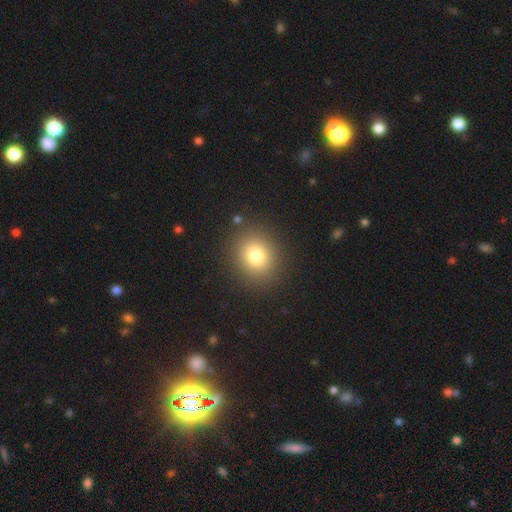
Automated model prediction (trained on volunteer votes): Smooth or featured? smooth (78%)
How rounded? round (76%)
Merging? none (88%)